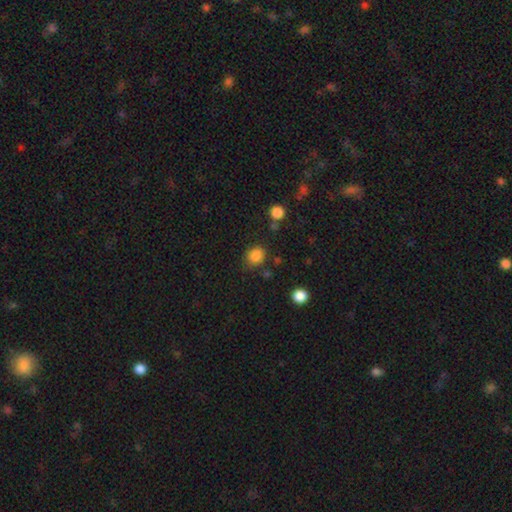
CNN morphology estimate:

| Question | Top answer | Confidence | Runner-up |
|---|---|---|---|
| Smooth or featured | smooth | 84% | star or artifact (12%) |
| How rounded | round | 67% | in between (32%) |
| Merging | none | 75% | minor disturbance (16%) |